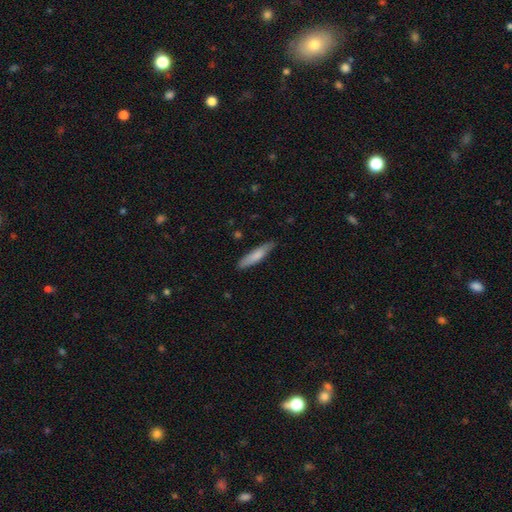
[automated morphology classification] This is likely a smooth galaxy (79%). How rounded: clearly cigar-shaped (84%). Merging: clearly none (82%).